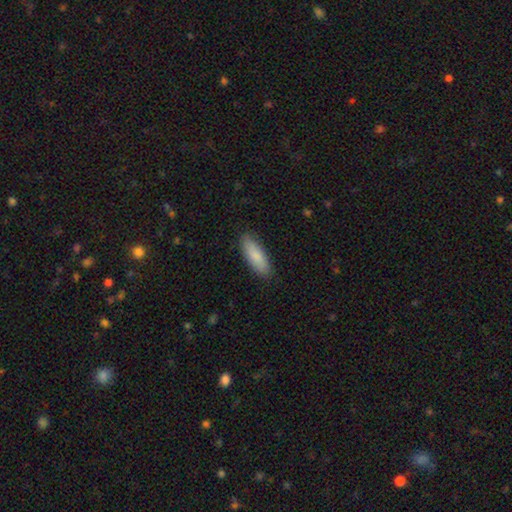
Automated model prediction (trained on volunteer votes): A smooth galaxy with no disk features (86%) that is in between round and cigar-shaped (61%).

Vote fractions:
- Smooth or featured? smooth: 86% / featured or disk: 9% / star or artifact: 5%
- How rounded? in between: 61% / cigar-shaped: 37% / round: 2%
- Merging? none: 87% / minor disturbance: 10% / major disturbance: 2% / merger: 1%